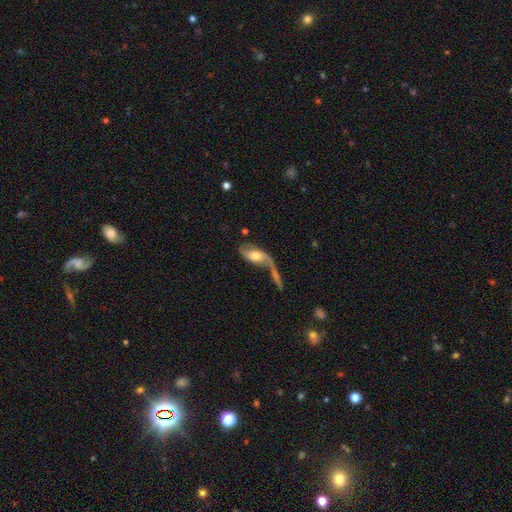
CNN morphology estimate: smooth_or_featured: featured or disk (p=0.56) [alt: smooth p=0.37]
disk_edge_on: no (p=0.89) [alt: yes p=0.11]
merging: merger (p=0.44) [alt: none p=0.25]